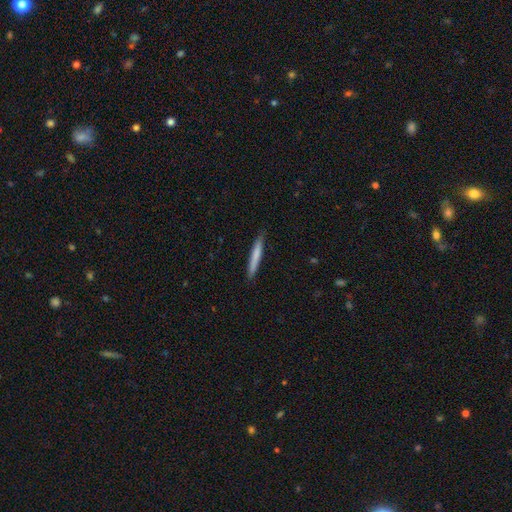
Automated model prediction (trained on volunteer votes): Smooth or featured?
  - smooth: 73% *
  - featured or disk: 22%
  - star or artifact: 5%
How rounded?
  - cigar-shaped: 96% *
  - in between: 3%
  - round: 1%
Merging?
  - none: 88% *
  - minor disturbance: 9%
  - major disturbance: 2%
  - merger: 1%